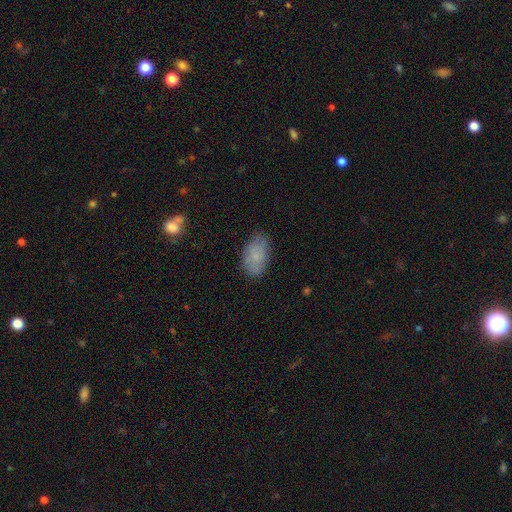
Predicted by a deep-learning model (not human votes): smooth 77%, featured or disk 15%, star or artifact 8%. Down the decision tree: how rounded — in between (92%); merging — none (74%).